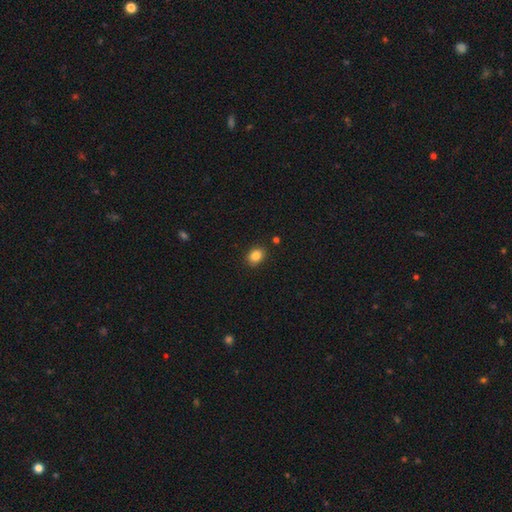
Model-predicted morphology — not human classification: smooth 85%, star or artifact 10%, featured or disk 5%. Down the decision tree: how rounded — in between (59%); merging — none (88%).